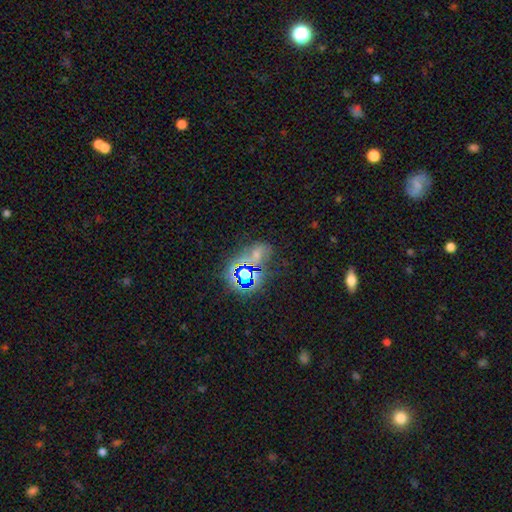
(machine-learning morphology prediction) Smooth or featured? Predicted: star or artifact (p=0.50).